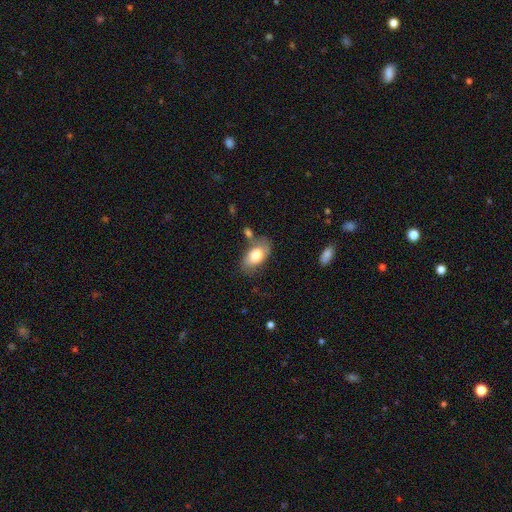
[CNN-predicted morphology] Overall: smooth (73%). How rounded: in between (92%). Merging: none (59%; minor disturbance 23%).